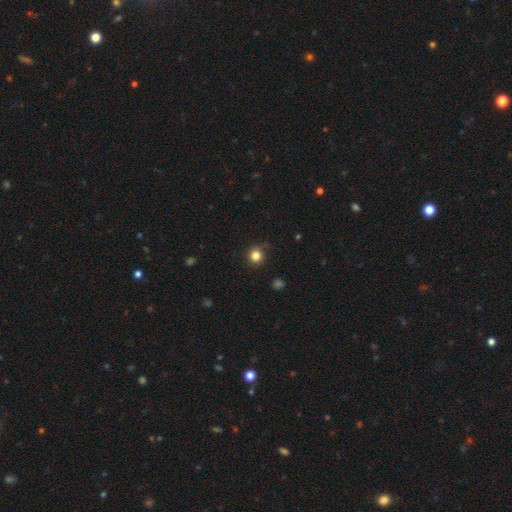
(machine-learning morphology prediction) type=smooth (83%); roundness=round (92%); merging=none (85%).